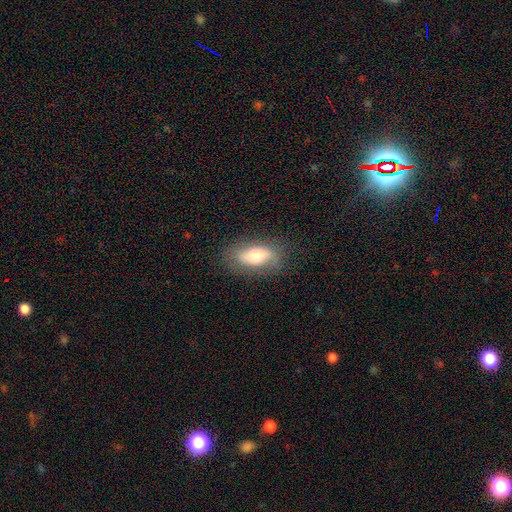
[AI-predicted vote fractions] smooth-or-featured: smooth: 66% | featured or disk: 27% | star or artifact: 7%
  how-rounded: in between: 86% | cigar-shaped: 9% | round: 5%
  merging: none: 78% | minor disturbance: 15% | major disturbance: 5% | merger: 1%